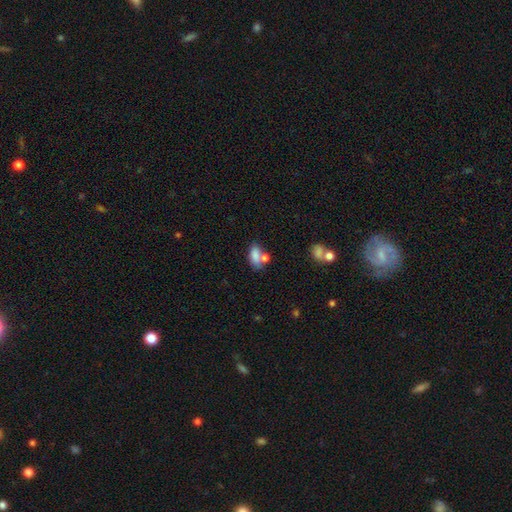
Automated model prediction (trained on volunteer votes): smooth_or_featured: smooth (p=0.78) [alt: featured or disk p=0.12]
how_rounded: in between (p=0.87) [alt: round p=0.07]
merging: none (p=0.42) [alt: merger p=0.35]